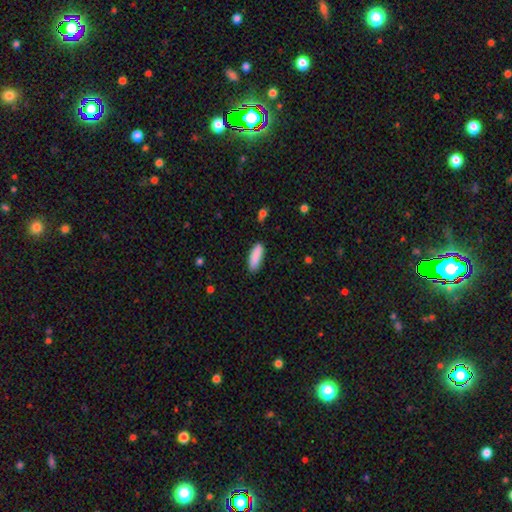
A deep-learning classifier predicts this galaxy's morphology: The model was most divided on "how rounded": in between: 56%, cigar-shaped: 43%, round: 2%. More confident: smooth or featured — smooth (89%); merging — none (88%).